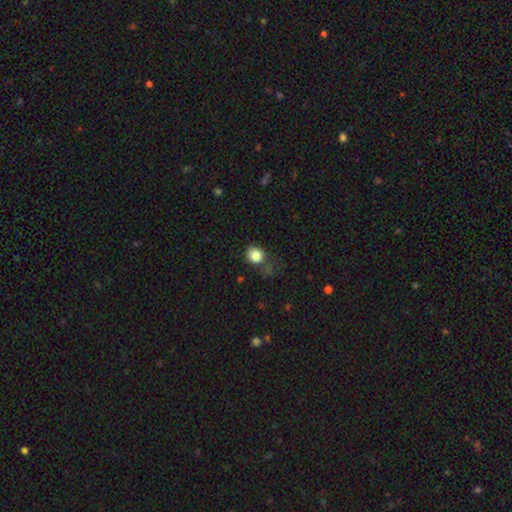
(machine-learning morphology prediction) Smooth or featured: smooth — 84% (star or artifact — 10%)
How rounded: round — 72% (in between — 27%)
Merging: none — 63% (minor disturbance — 23%)